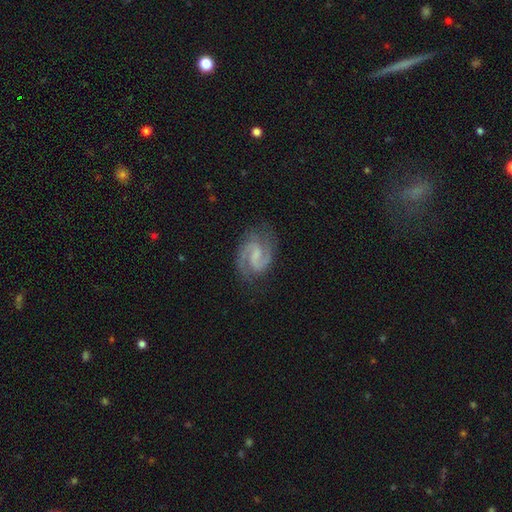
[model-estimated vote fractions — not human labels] featured or disk 91%, smooth 5%, star or artifact 5%. Down the decision tree: edge-on disk — no (98%); bar — weak (56%); spiral arms — yes (98%); spiral arm count — 2 (93%); spiral winding — medium (60%); bulge size — none (46%); merging — none (80%).